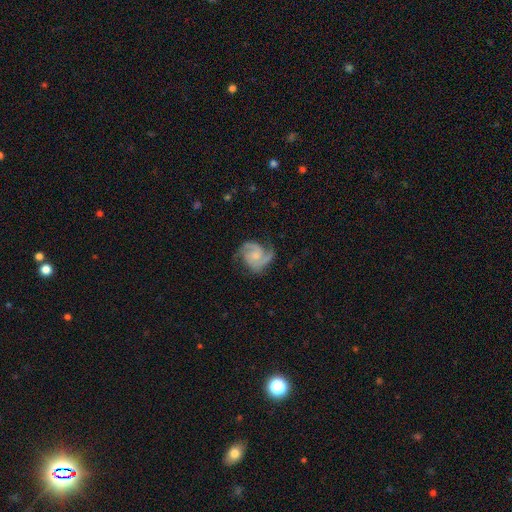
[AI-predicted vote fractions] Smooth or featured?
  - featured or disk: 88% *
  - smooth: 7%
  - star or artifact: 5%
Edge-on disk?
  - no: 98% *
  - yes: 2%
Bar?
  - no: 68% *
  - weak: 27%
  - strong: 5%
Spiral arms?
  - yes: 98% *
  - no: 2%
Spiral winding?
  - medium: 51% *
  - tight: 33%
  - loose: 15%
Spiral arm count?
  - 2: 78% *
  - 3: 11%
  - can't tell: 4%
  - 1: 3%
  - 4: 2%
  - more than 4: 2%
Bulge size?
  - small: 57% *
  - moderate: 27%
  - none: 13%
  - large: 2%
  - dominant: 1%
Merging?
  - none: 70% *
  - minor disturbance: 19%
  - major disturbance: 10%
  - merger: 1%